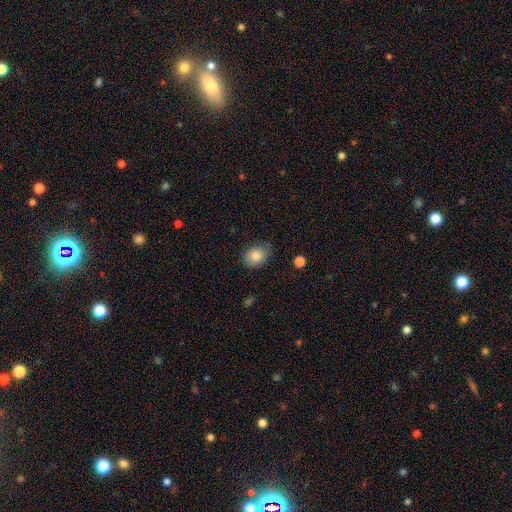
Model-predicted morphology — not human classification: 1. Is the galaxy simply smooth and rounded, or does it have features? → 83% smooth, 9% featured or disk, 8% star or artifact.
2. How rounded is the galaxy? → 67% in between, 32% round, 1% cigar-shaped.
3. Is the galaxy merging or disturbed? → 75% none, 20% minor disturbance, 4% major disturbance, 1% merger.